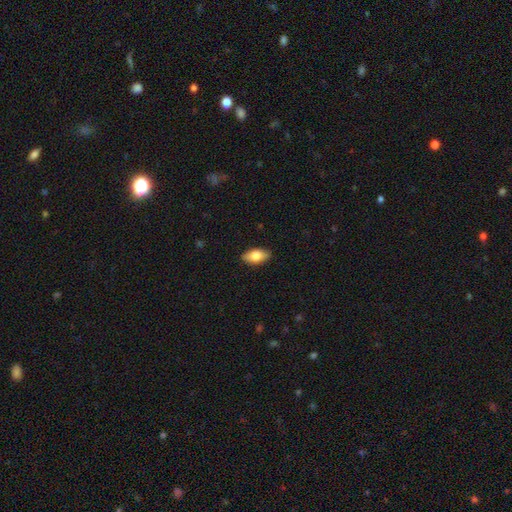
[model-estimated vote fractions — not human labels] Q: Smooth or featured?
A: smooth (77%); runner-up: featured or disk (17%)
Q: How rounded?
A: in between (90%); runner-up: cigar-shaped (7%)
Q: Merging?
A: none (88%); runner-up: minor disturbance (9%)